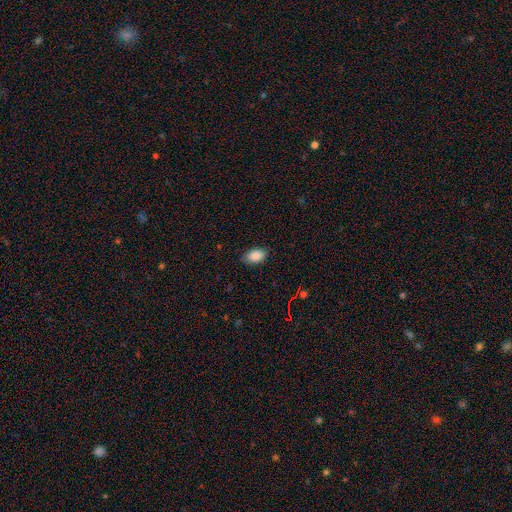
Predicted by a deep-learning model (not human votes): Morphology: type=smooth (88%); roundness=in between (91%); merging=none (82%).